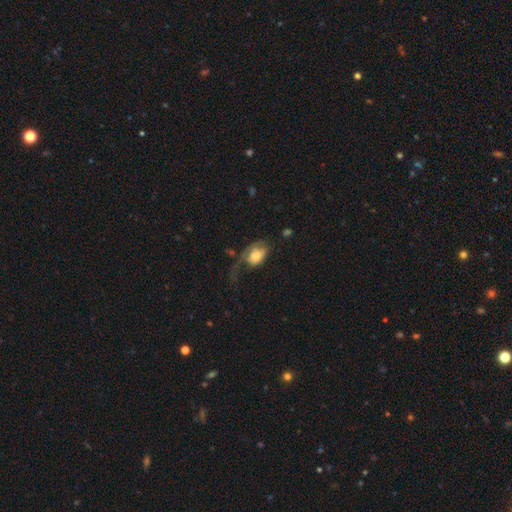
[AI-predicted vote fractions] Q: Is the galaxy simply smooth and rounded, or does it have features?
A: smooth — 60%.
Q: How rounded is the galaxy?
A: in between — 80%.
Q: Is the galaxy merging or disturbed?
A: major disturbance — 56%.